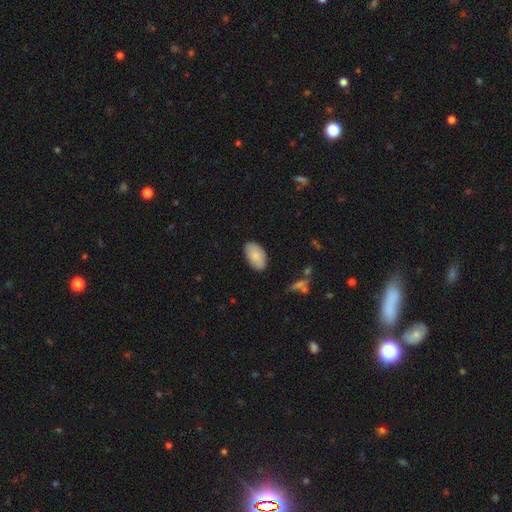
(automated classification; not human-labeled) Smooth or featured? Predicted: smooth (p=0.85). How rounded? Predicted: in between (p=0.95). Merging? Predicted: none (p=0.85).